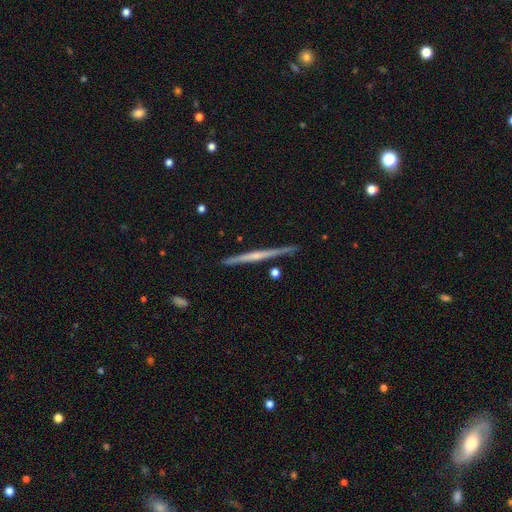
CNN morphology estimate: Smooth or featured: featured or disk — 71% (smooth — 20%)
Edge-on disk: yes — 97% (no — 3%)
Edge-on bulge: rounded — 53% (none — 38%)
Merging: none — 88% (minor disturbance — 8%)